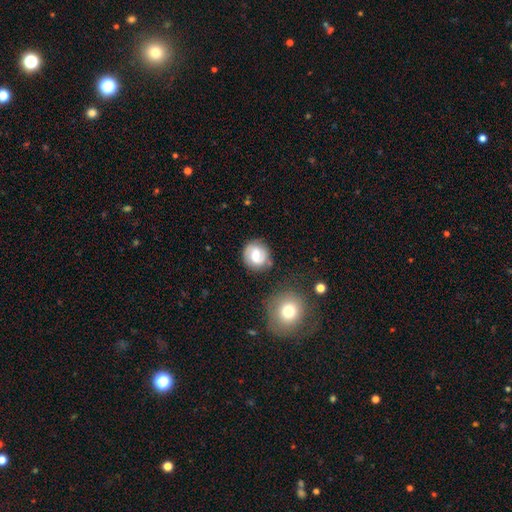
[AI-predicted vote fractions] smooth_or_featured: featured or disk (p=0.49) [alt: smooth p=0.43]
merging: none (p=0.78) [alt: minor disturbance p=0.14]